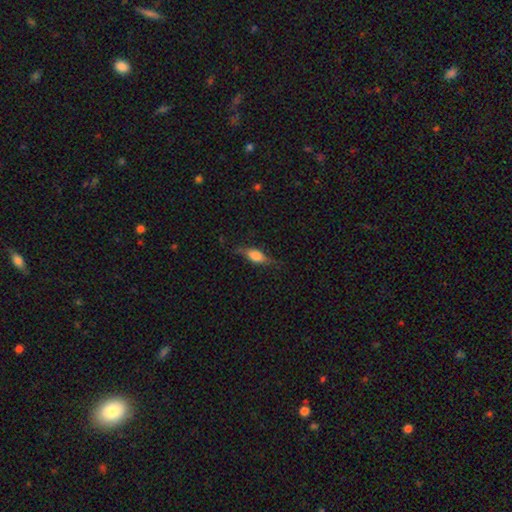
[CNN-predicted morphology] Smooth or featured? smooth (62%)
How rounded? in between (67%)
Merging? none (71%)